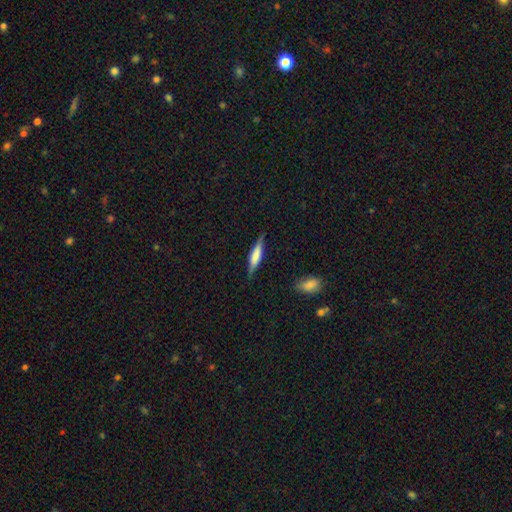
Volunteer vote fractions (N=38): smooth-or-featured: featured or disk: 53% | smooth: 42% | star or artifact: 5%
  disk-edge-on: yes: 100% | no: 0%
    edge-on-bulge: boxy: 70% | rounded: 20% | none: 10%
  merging: none: 64% | minor disturbance: 31% | major disturbance: 6% | merger: 0%